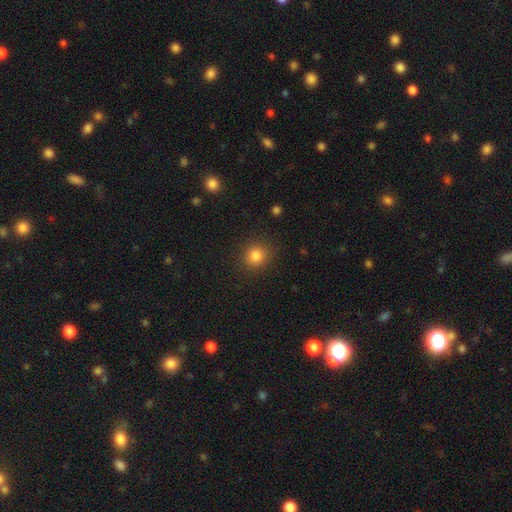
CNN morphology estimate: The model was most divided on "smooth or featured": smooth: 83%, star or artifact: 12%, featured or disk: 5%. More confident: merging — none (88%); how rounded — round (88%).